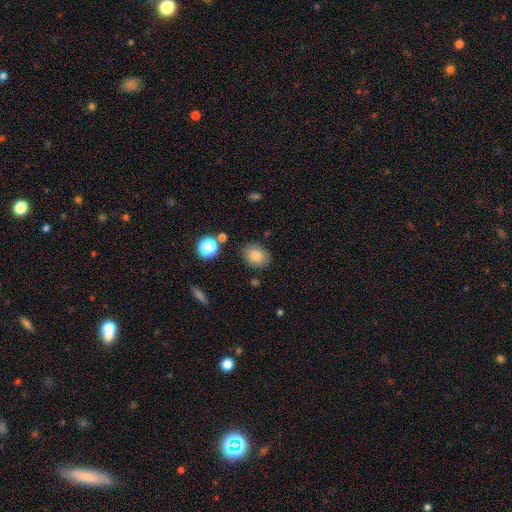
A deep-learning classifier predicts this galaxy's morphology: type=smooth (82%); roundness=in between (57%); merging=none (82%).